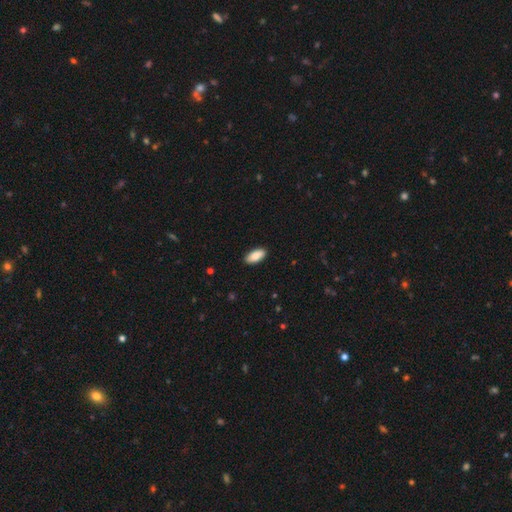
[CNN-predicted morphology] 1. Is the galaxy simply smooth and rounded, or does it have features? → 89% smooth, 6% star or artifact, 5% featured or disk.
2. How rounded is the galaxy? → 90% in between, 9% cigar-shaped, 2% round.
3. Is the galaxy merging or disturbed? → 89% none, 8% minor disturbance, 2% major disturbance, 1% merger.